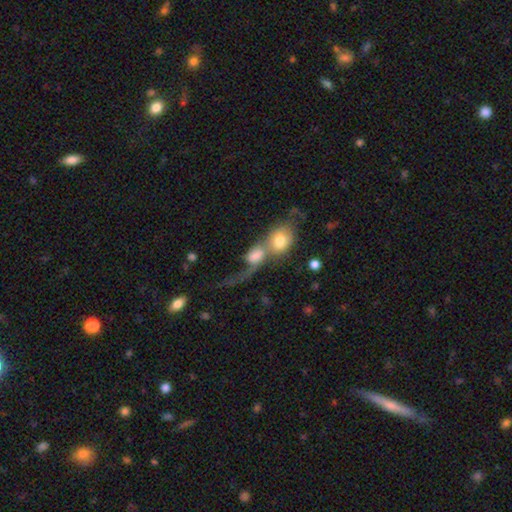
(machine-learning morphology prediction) A smooth galaxy with no disk features (58%) that is in between round and cigar-shaped (61%).

Vote fractions:
- Smooth or featured? smooth: 58% / featured or disk: 32% / star or artifact: 10%
- How rounded? in between: 61% / round: 34% / cigar-shaped: 5%
- Merging? merger: 78% / major disturbance: 10% / none: 7% / minor disturbance: 4%